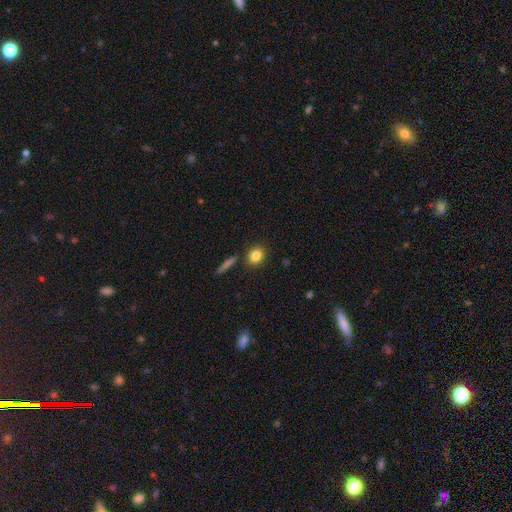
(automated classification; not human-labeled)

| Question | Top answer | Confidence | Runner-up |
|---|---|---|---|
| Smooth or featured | smooth | 83% | star or artifact (10%) |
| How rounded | round | 62% | in between (36%) |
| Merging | none | 86% | minor disturbance (8%) |